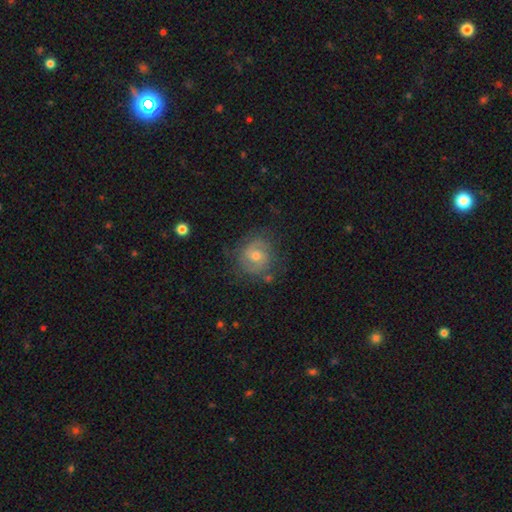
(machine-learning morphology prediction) Overall: featured or disk (66%). Edge-on disk: no (97%). Bar: no (61%; weak 33%). Spiral arms: yes (85%). Spiral arm count: 2 (67%). Spiral winding: tight (48%; medium 39%). Bulge size: moderate (65%; small 29%). Merging: none (73%).